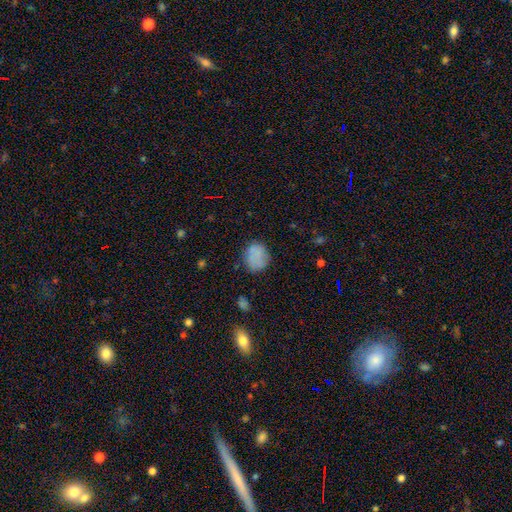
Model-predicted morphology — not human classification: This is clearly a smooth galaxy (82%). How rounded: likely round (71%). Merging: likely none (76%).